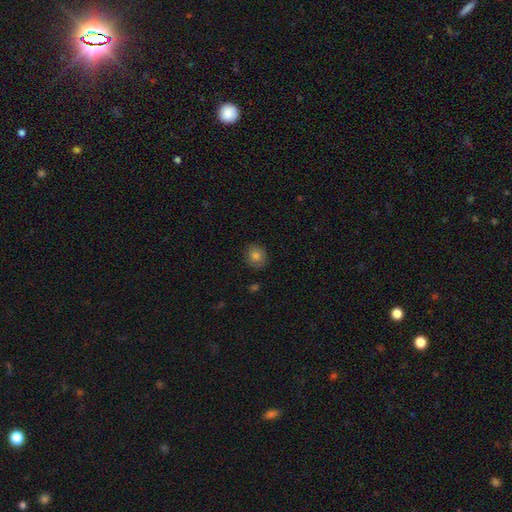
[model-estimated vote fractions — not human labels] Smooth or featured: smooth — 81% (star or artifact — 12%)
How rounded: round — 82% (in between — 18%)
Merging: none — 86% (minor disturbance — 10%)